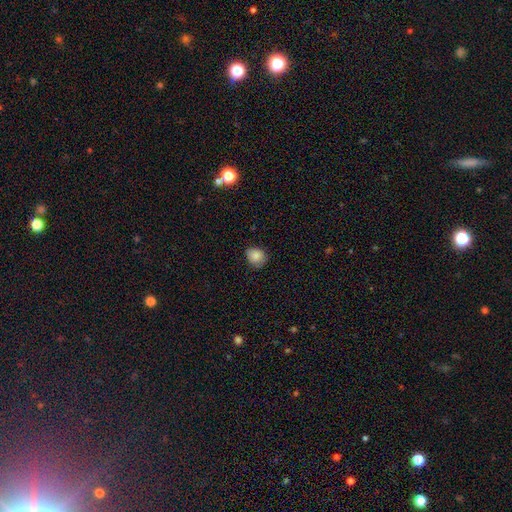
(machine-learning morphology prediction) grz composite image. It shows a smooth galaxy with no disk features (84%) that is round (71%). Merging: none (71%).